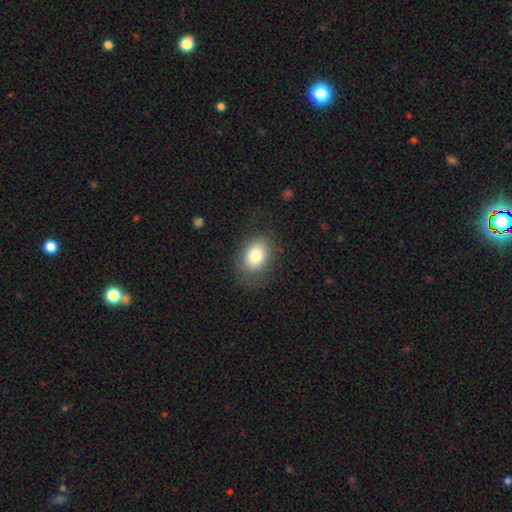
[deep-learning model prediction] This is likely a smooth galaxy (78%). How rounded: likely in between (68%). Merging: likely none (77%).